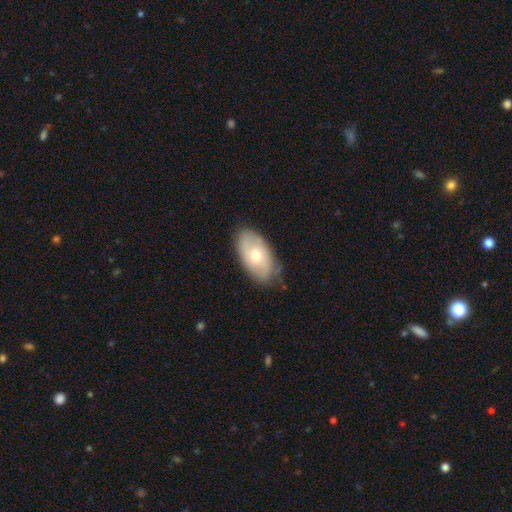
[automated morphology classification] Smooth or featured? Predicted: smooth (p=0.58). How rounded? Predicted: in between (p=0.93). Merging? Predicted: none (p=0.75).